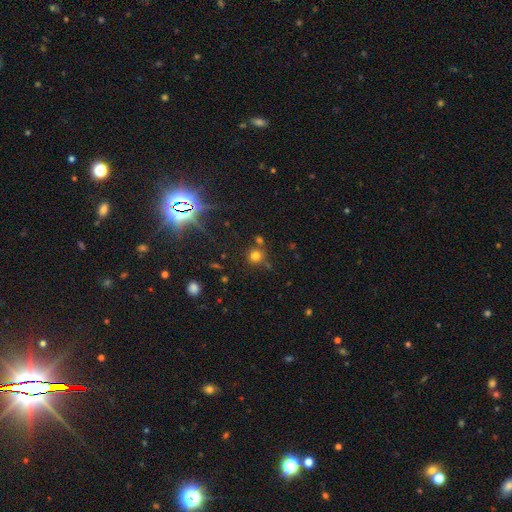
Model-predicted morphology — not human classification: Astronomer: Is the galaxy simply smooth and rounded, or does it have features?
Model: smooth — 71%.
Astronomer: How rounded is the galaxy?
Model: round — 93%.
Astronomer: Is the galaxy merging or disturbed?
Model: none — 75%.